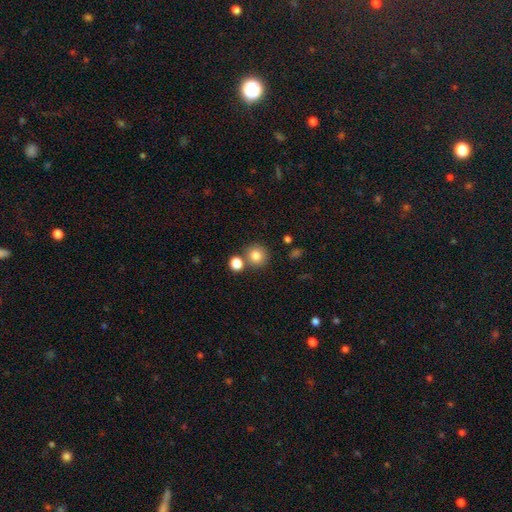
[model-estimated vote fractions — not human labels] Smooth or featured? smooth (82%)
How rounded? round (91%)
Merging? none (74%)